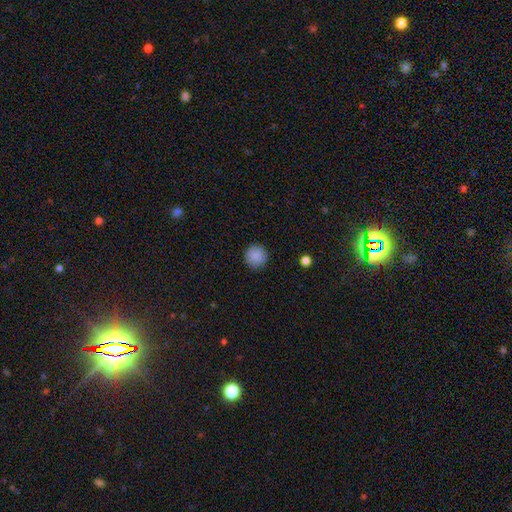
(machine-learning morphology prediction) Smooth or featured?
  - smooth: 89% *
  - star or artifact: 8%
  - featured or disk: 3%
How rounded?
  - round: 95% *
  - in between: 4%
  - cigar-shaped: 1%
Merging?
  - none: 91% *
  - minor disturbance: 6%
  - major disturbance: 2%
  - merger: 1%